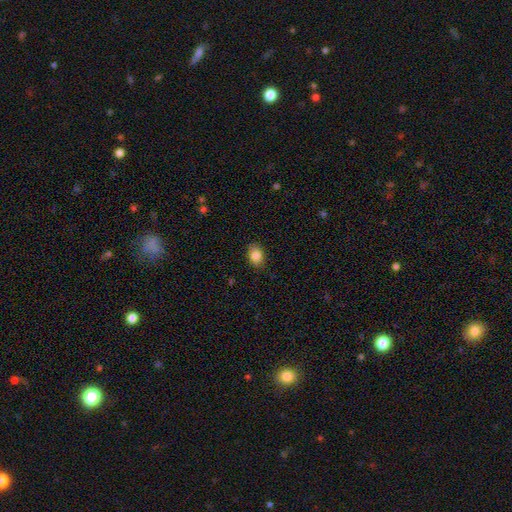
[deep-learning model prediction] Q: Smooth or featured?
A: smooth (85%); runner-up: star or artifact (9%)
Q: How rounded?
A: in between (75%); runner-up: round (24%)
Q: Merging?
A: none (87%); runner-up: minor disturbance (10%)